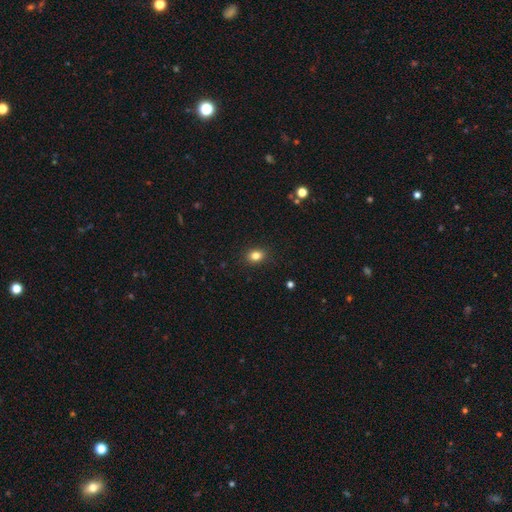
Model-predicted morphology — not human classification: smooth_or_featured: smooth (p=0.83) [alt: star or artifact p=0.12]
how_rounded: in between (p=0.52) [alt: round p=0.47]
merging: none (p=0.89) [alt: minor disturbance p=0.08]